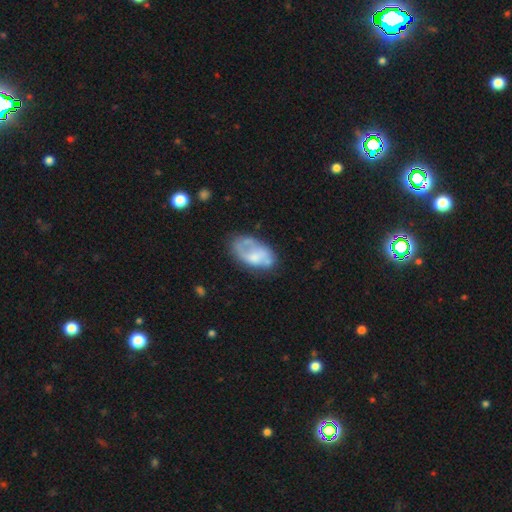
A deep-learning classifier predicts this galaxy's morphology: Smooth or featured? Predicted: featured or disk (p=0.47). Merging? Predicted: none (p=0.44).